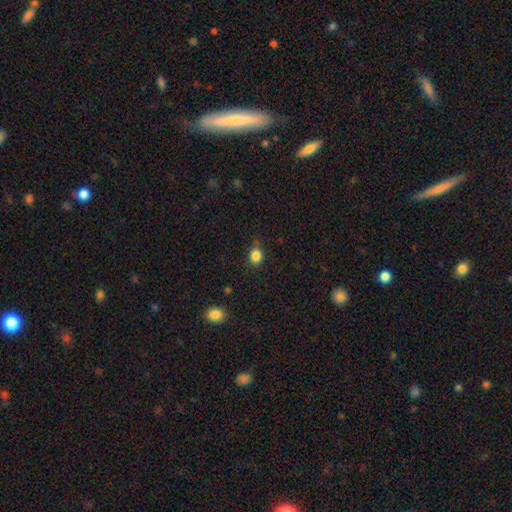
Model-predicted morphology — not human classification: smooth-or-featured: smooth: 84% | star or artifact: 11% | featured or disk: 5%
  how-rounded: round: 59% | in between: 40% | cigar-shaped: 1%
  merging: none: 76% | minor disturbance: 19% | major disturbance: 4% | merger: 2%